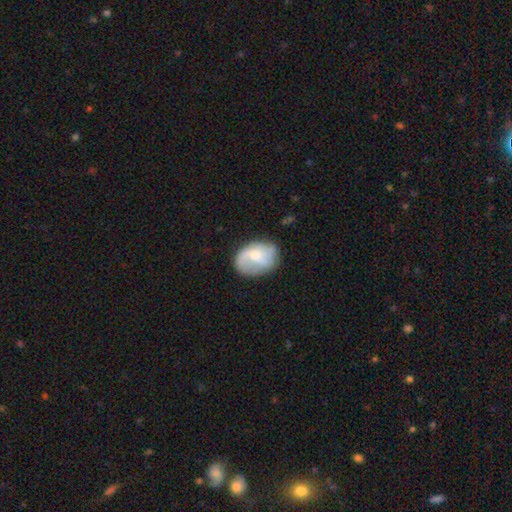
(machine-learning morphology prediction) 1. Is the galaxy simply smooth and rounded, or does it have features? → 51% featured or disk, 42% smooth, 7% star or artifact.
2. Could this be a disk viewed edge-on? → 97% no, 3% yes.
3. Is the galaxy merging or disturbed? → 63% none, 24% minor disturbance, 11% major disturbance, 2% merger.